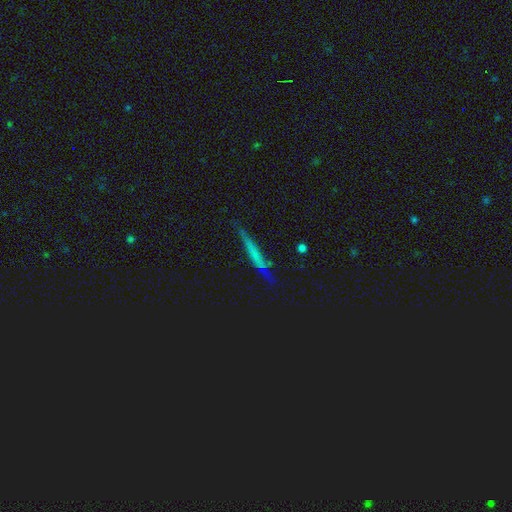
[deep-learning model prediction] This is marginally a smooth galaxy (43%). Merging: likely none (71%).